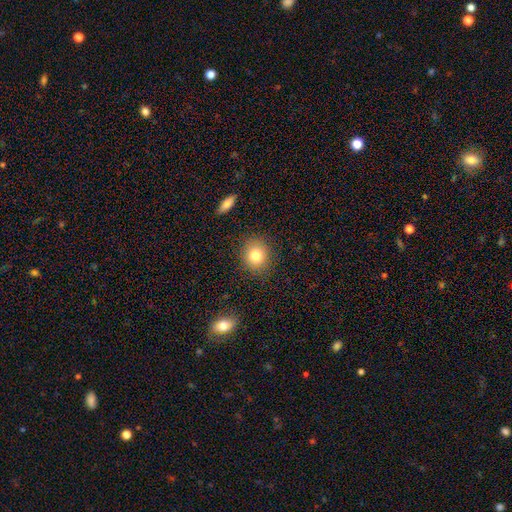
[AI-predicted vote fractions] A smooth galaxy with no disk features (81%) that is round (76%). Merging: none (87%).